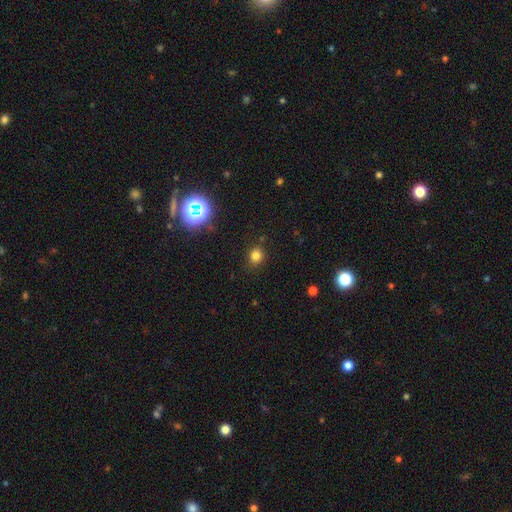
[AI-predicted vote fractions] smooth_or_featured: smooth (p=0.78) [alt: star or artifact p=0.17]
how_rounded: round (p=0.78) [alt: in between p=0.21]
merging: none (p=0.87) [alt: minor disturbance p=0.09]